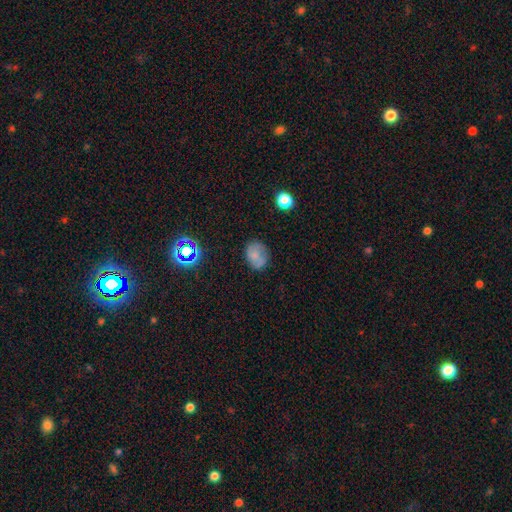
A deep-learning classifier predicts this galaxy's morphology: This appears to be a smooth galaxy with no disk features (63%) that is in between round and cigar-shaped (52%). Merging: none (68%).